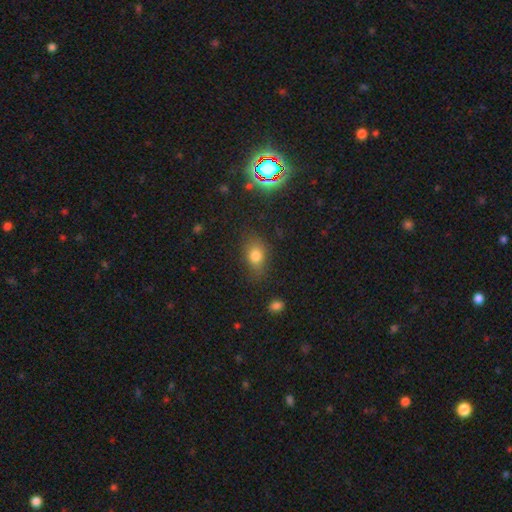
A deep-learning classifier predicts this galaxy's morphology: This is likely a smooth galaxy (77%). How rounded: likely in between (68%). Merging: likely none (72%).